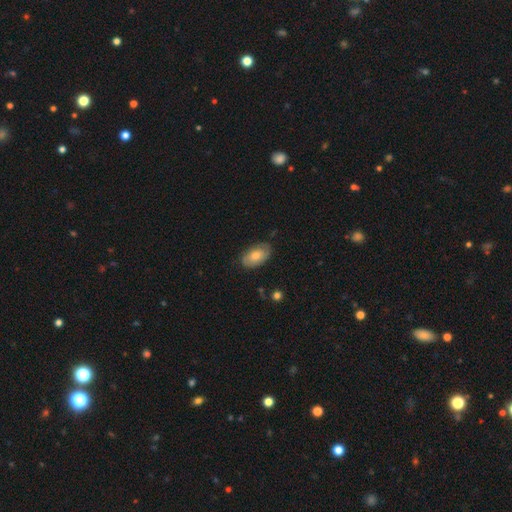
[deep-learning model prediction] This is likely a smooth galaxy (65%). How rounded: clearly in between (93%). Merging: likely none (77%).